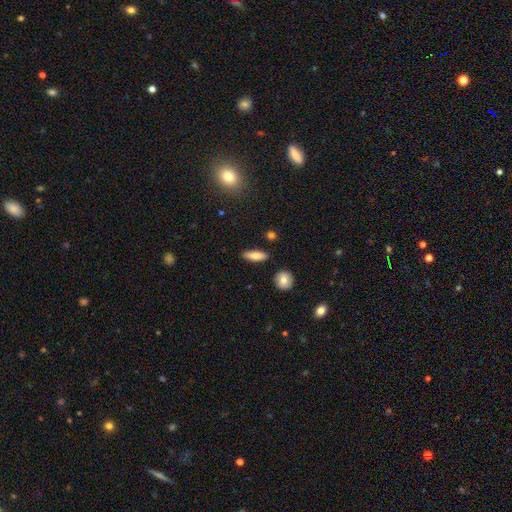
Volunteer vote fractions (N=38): Smooth or featured?
  - smooth: 79% *
  - featured or disk: 16%
  - star or artifact: 5%
How rounded?
  - in between: 60% *
  - cigar-shaped: 33%
  - round: 7%
Merging?
  - none: 89% *
  - merger: 6%
  - minor disturbance: 3%
  - major disturbance: 3%